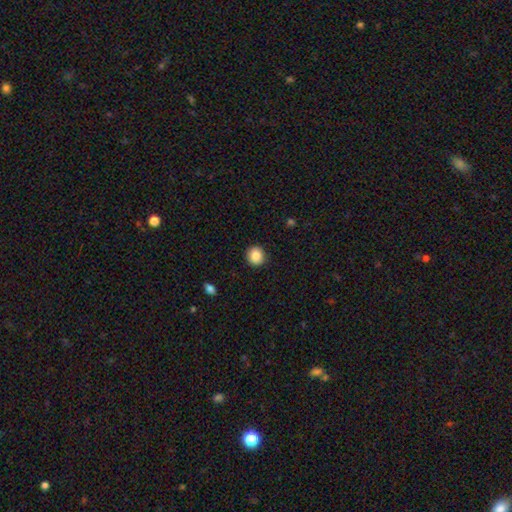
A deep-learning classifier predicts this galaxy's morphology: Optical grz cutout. It shows a smooth galaxy with no disk features (86%) that is round (92%). Merging: none (92%).